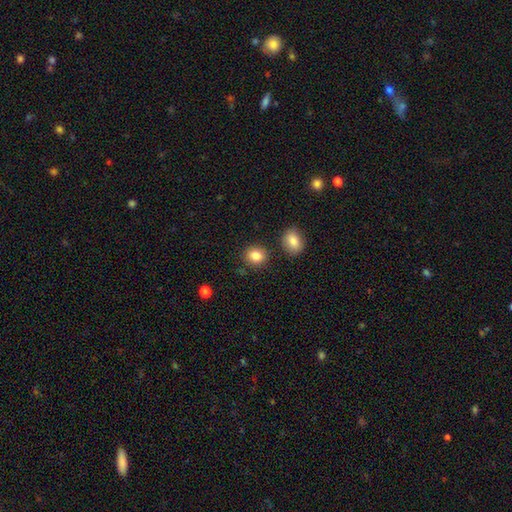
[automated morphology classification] Smooth or featured? smooth (85%)
How rounded? round (78%)
Merging? none (84%)